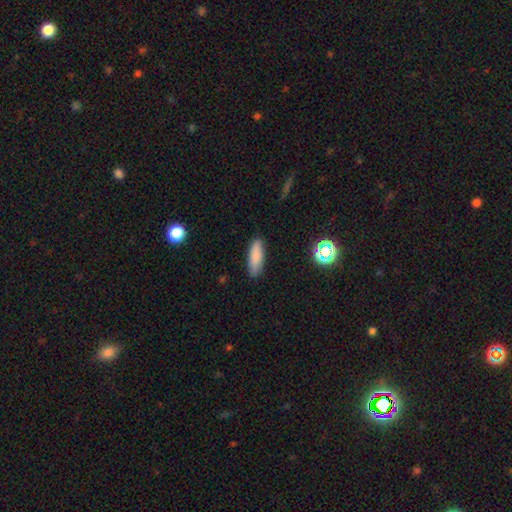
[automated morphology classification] This is clearly a smooth galaxy (84%). How rounded: possibly in between (54%). Merging: clearly none (85%).